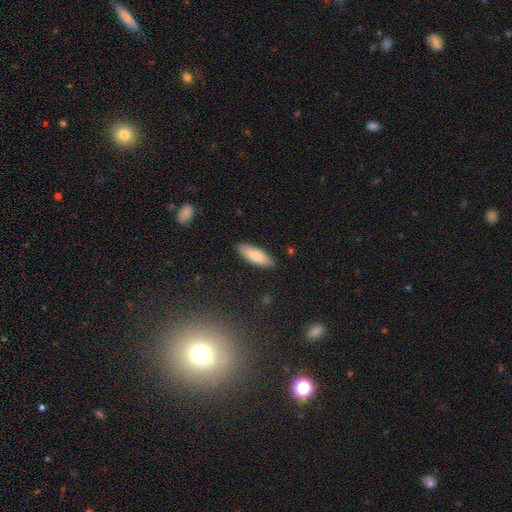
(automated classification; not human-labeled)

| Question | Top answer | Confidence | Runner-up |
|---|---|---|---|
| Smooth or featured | smooth | 81% | featured or disk (13%) |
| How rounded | in between | 68% | cigar-shaped (30%) |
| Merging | none | 88% | minor disturbance (9%) |